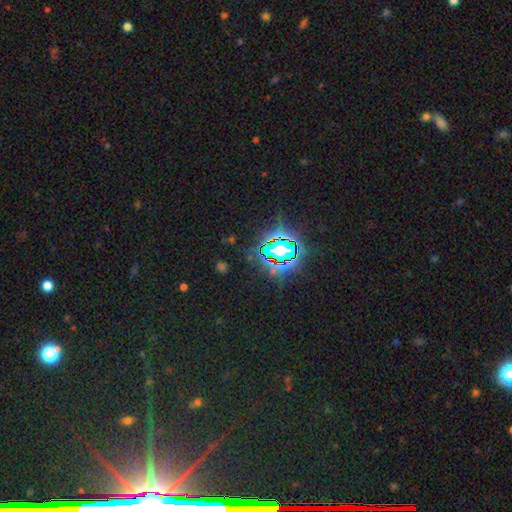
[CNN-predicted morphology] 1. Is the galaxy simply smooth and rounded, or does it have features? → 82% star or artifact, 11% smooth, 7% featured or disk.